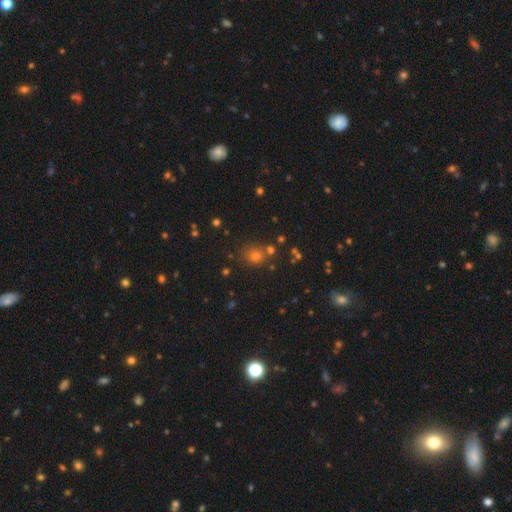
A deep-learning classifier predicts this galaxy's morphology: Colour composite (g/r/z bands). It shows a smooth galaxy with no disk features (63%) that is round (86%). Merging: none (77%).